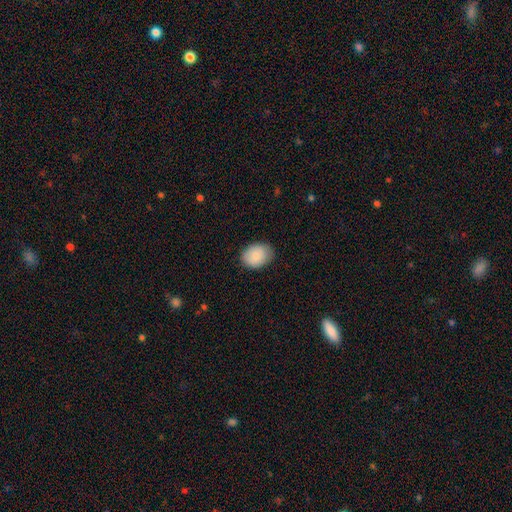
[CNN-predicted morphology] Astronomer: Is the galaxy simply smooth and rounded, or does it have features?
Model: smooth — 85%.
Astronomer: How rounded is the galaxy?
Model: in between — 71%.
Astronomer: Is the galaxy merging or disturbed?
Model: none — 81%.